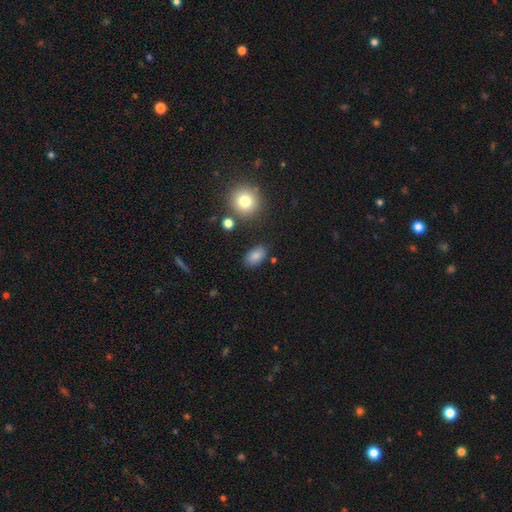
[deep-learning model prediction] smooth-or-featured: smooth: 83% | star or artifact: 10% | featured or disk: 7%
  how-rounded: in between: 89% | round: 9% | cigar-shaped: 2%
  merging: none: 82% | minor disturbance: 11% | merger: 3% | major disturbance: 3%